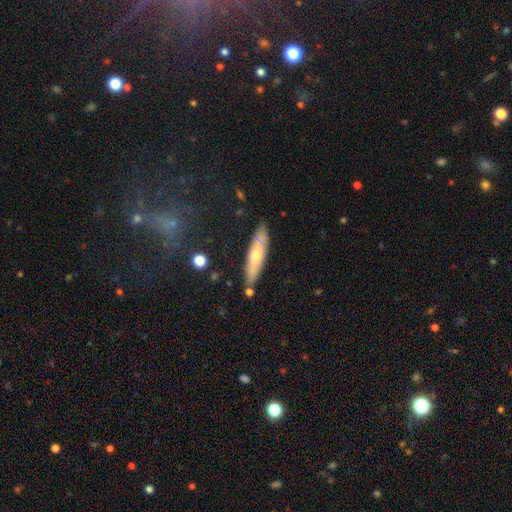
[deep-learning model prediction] This appears to be a smooth galaxy with no disk features (51%) that is cigar-shaped (76%). Merging: none (82%).